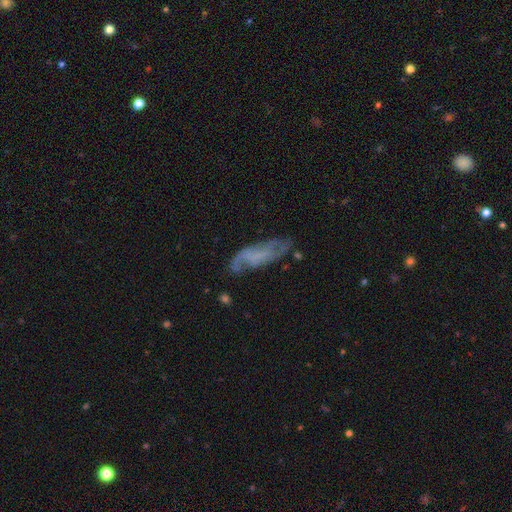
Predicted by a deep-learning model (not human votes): featured or disk 59%, smooth 31%, star or artifact 10%. Down the decision tree: edge-on disk — no (83%); merging — none (56%).